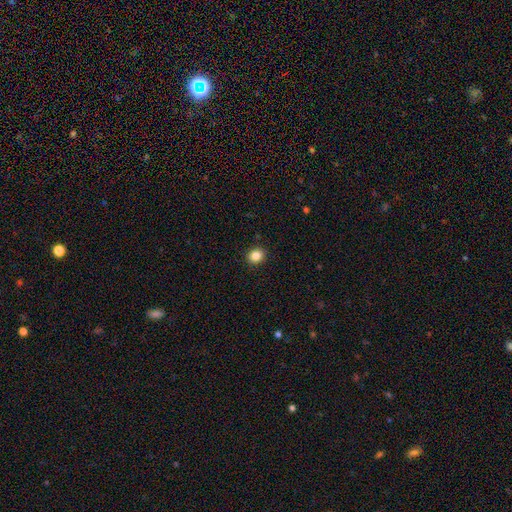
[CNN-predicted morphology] This is clearly a smooth galaxy (85%). How rounded: likely round (79%). Merging: clearly none (92%).